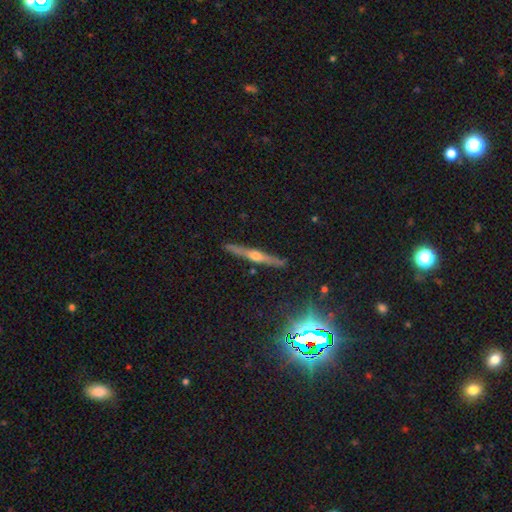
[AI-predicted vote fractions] This appears to be a featured or disk galaxy (72%) viewed edge-on (97%) with a rounded central bulge (90%). Merging: none (89%).